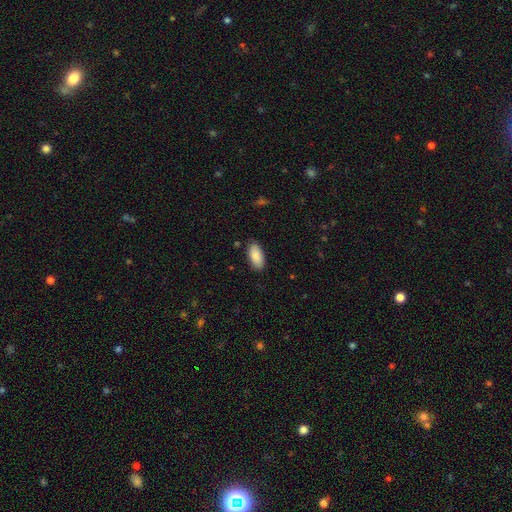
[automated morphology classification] A smooth galaxy with no disk features (88%) that is in between round and cigar-shaped (92%). Merging: none (86%).